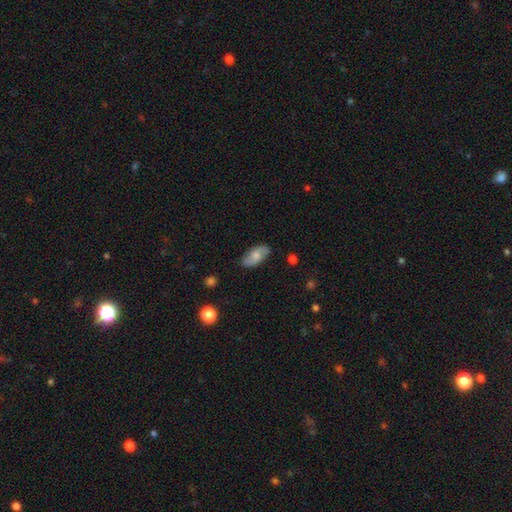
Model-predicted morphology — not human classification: This is likely a smooth galaxy (68%). How rounded: clearly in between (92%). Merging: clearly none (82%).